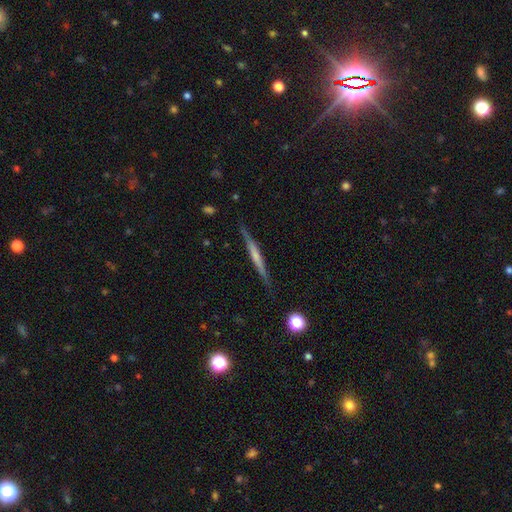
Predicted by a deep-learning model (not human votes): smooth_or_featured: featured or disk (p=0.58) [alt: smooth p=0.36]
disk_edge_on: yes (p=0.97) [alt: no p=0.03]
edge_on_bulge: none (p=0.60) [alt: rounded p=0.26]
merging: none (p=0.87) [alt: minor disturbance p=0.10]